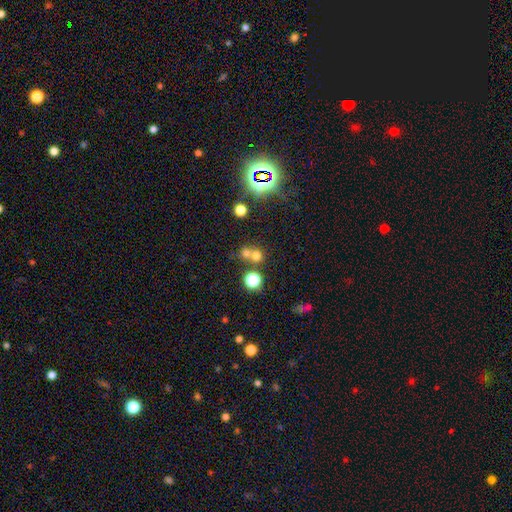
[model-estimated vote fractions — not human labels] smooth-or-featured: smooth: 62% | star or artifact: 27% | featured or disk: 12%
  how-rounded: round: 87% | in between: 12% | cigar-shaped: 1%
  merging: none: 47% | merger: 44% | minor disturbance: 6% | major disturbance: 3%